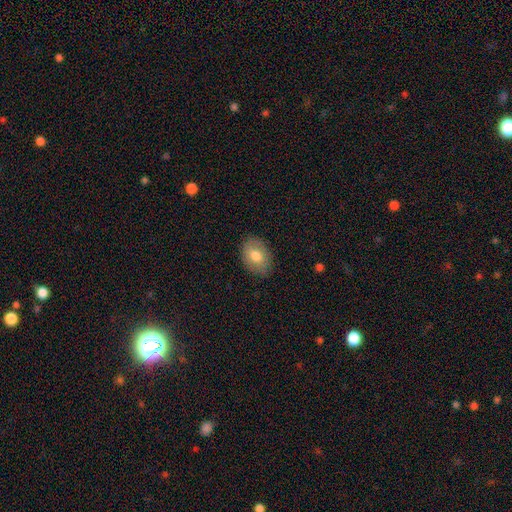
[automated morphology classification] smooth_or_featured: smooth (p=0.73) [alt: featured or disk p=0.20]
how_rounded: in between (p=0.80) [alt: round p=0.19]
merging: none (p=0.83) [alt: minor disturbance p=0.13]